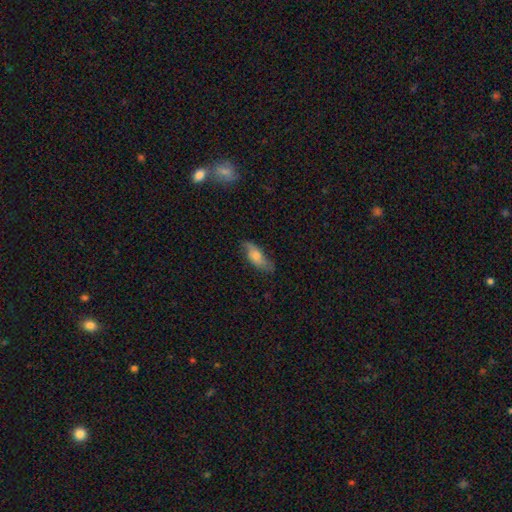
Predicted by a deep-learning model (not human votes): The model was most divided on "smooth or featured": smooth: 54%, featured or disk: 39%, star or artifact: 8%. More confident: merging — none (73%); how rounded — in between (69%).